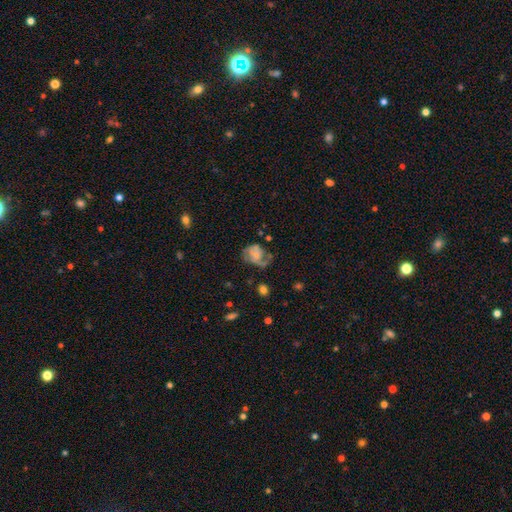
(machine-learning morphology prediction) type=featured or disk (63%); edge-on=no (98%); bar=no (71%); spiral arms=yes (82%); winding=medium (43%); arm count=2 (55%); bulge=small (57%); merging=none (40%).